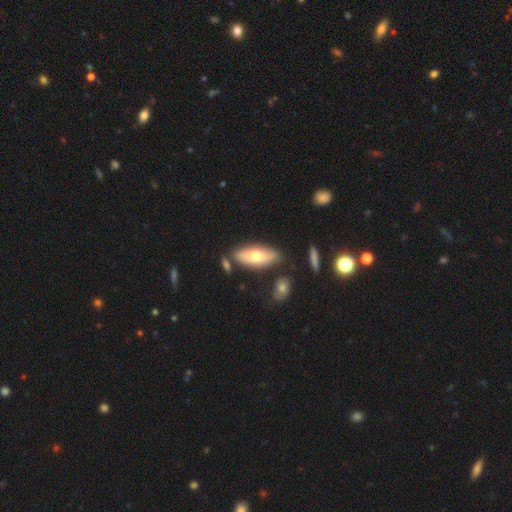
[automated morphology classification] Smooth or featured: smooth — 61% (featured or disk — 33%)
How rounded: in between — 75% (cigar-shaped — 23%)
Merging: none — 74% (minor disturbance — 16%)